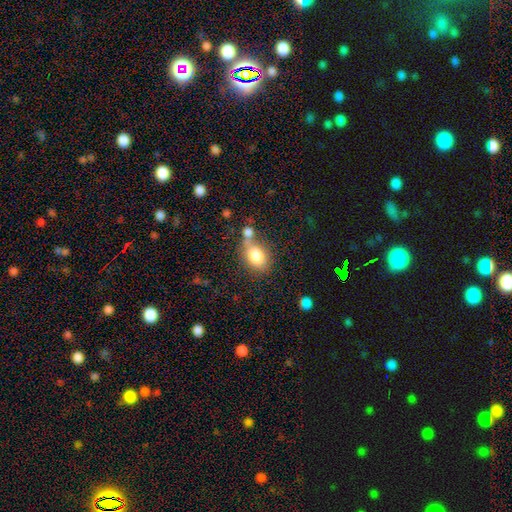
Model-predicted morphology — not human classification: This appears to be a smooth galaxy with no disk features (80%) that is in between round and cigar-shaped (68%). Merging: none (48%).